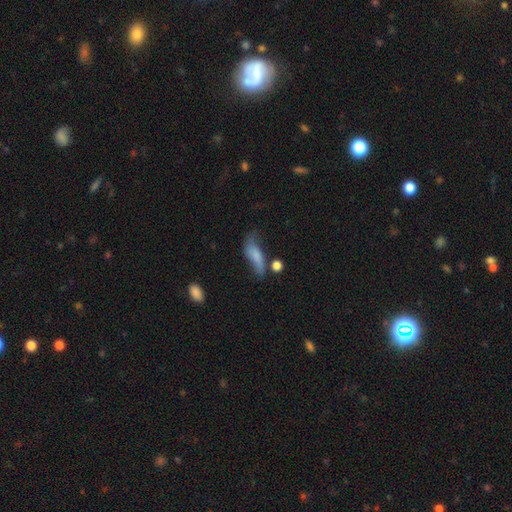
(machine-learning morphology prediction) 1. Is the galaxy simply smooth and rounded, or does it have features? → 66% smooth, 25% featured or disk, 9% star or artifact.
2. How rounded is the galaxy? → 61% in between, 34% cigar-shaped, 5% round.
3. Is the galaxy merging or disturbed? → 33% none, 31% minor disturbance, 25% major disturbance, 11% merger.